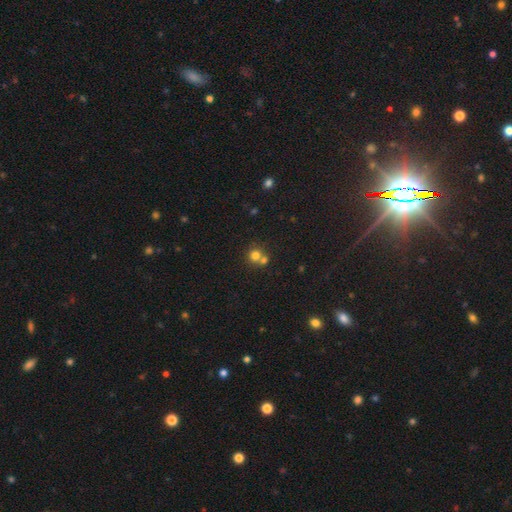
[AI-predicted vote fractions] Morphology: type=smooth (75%); roundness=round (87%); merging=none (49%).